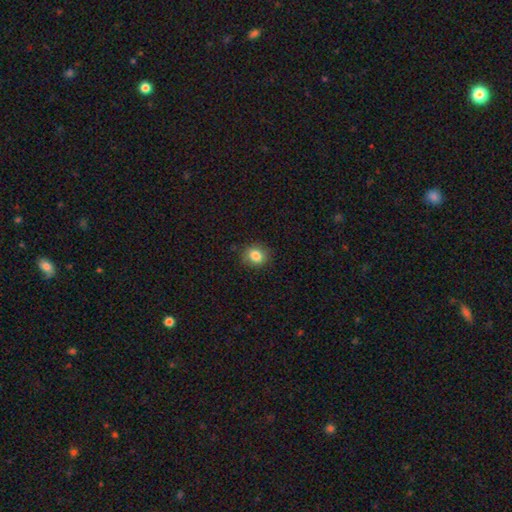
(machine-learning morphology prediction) A smooth galaxy with no disk features (83%) that is round (73%).

Vote fractions:
- Smooth or featured? smooth: 83% / star or artifact: 10% / featured or disk: 6%
- How rounded? round: 73% / in between: 26% / cigar-shaped: 1%
- Merging? none: 87% / minor disturbance: 10% / major disturbance: 2% / merger: 1%